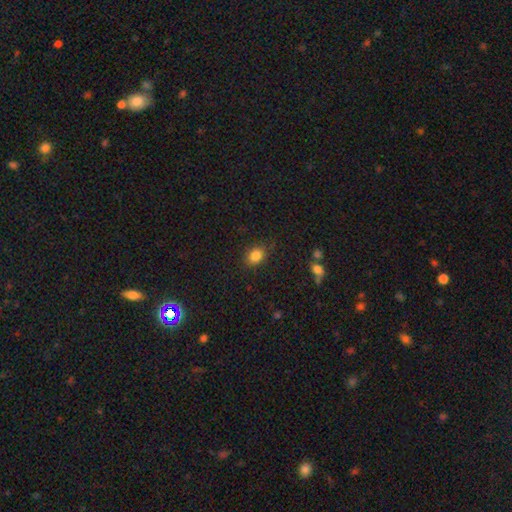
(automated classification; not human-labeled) This appears to be a smooth galaxy with no disk features (84%) that is in between round and cigar-shaped (61%). Merging: none (83%).